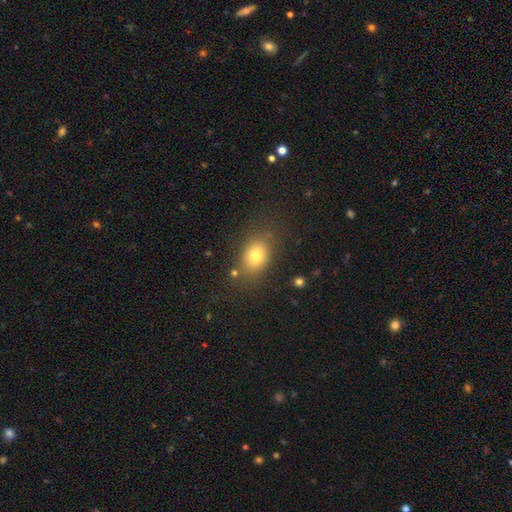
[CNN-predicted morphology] smooth-or-featured: smooth: 75% | star or artifact: 13% | featured or disk: 12%
  how-rounded: in between: 64% | round: 35% | cigar-shaped: 1%
  merging: none: 77% | minor disturbance: 14% | major disturbance: 6% | merger: 3%